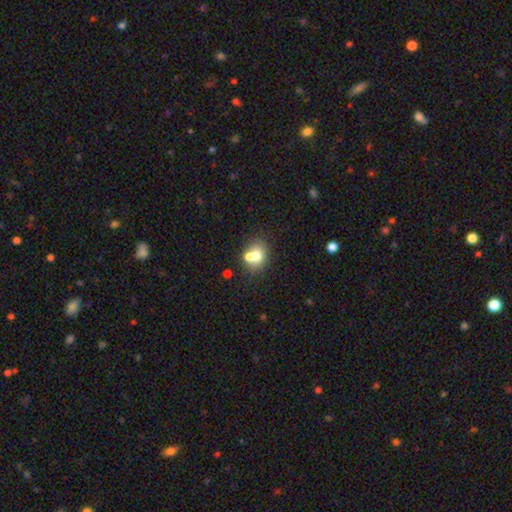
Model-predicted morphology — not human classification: This is likely a smooth galaxy (68%). How rounded: possibly round (57%). Merging: marginally none (45%).